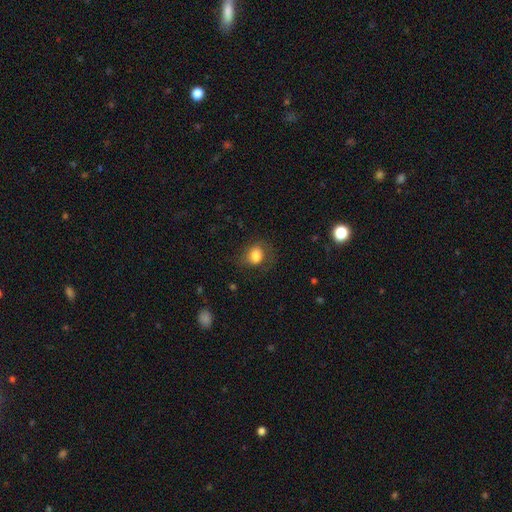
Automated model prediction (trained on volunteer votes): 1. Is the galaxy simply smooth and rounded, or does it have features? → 80% smooth, 11% featured or disk, 9% star or artifact.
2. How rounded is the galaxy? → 56% in between, 43% round, 1% cigar-shaped.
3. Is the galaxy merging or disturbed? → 60% none, 23% minor disturbance, 15% major disturbance, 1% merger.